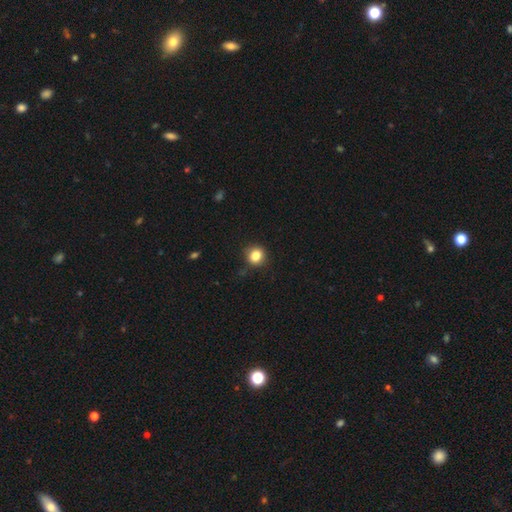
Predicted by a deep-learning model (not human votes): Smooth or featured?
  - smooth: 83% *
  - star or artifact: 11%
  - featured or disk: 5%
How rounded?
  - round: 85% *
  - in between: 14%
  - cigar-shaped: 1%
Merging?
  - none: 85% *
  - minor disturbance: 11%
  - major disturbance: 3%
  - merger: 1%